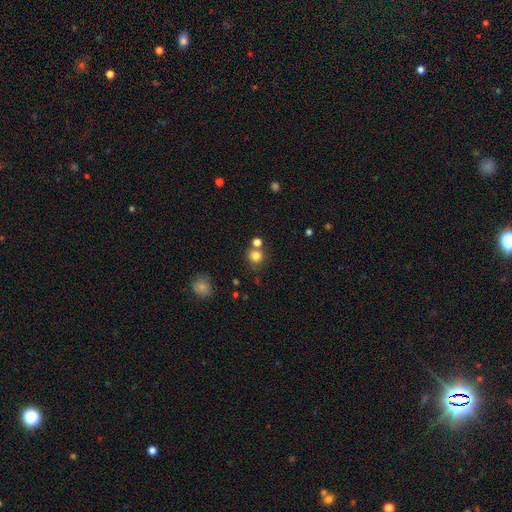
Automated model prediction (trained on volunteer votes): Smooth or featured: smooth — 80% (star or artifact — 13%)
How rounded: round — 88% (in between — 11%)
Merging: none — 66% (merger — 21%)